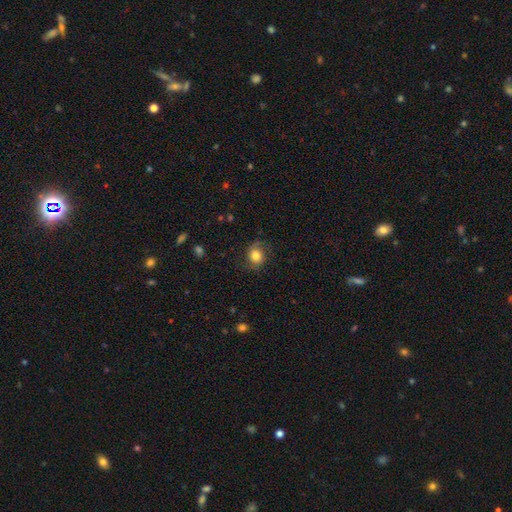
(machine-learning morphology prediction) The model was most divided on "how rounded": round: 67%, in between: 32%, cigar-shaped: 1%. More confident: merging — none (69%); smooth or featured — smooth (66%).